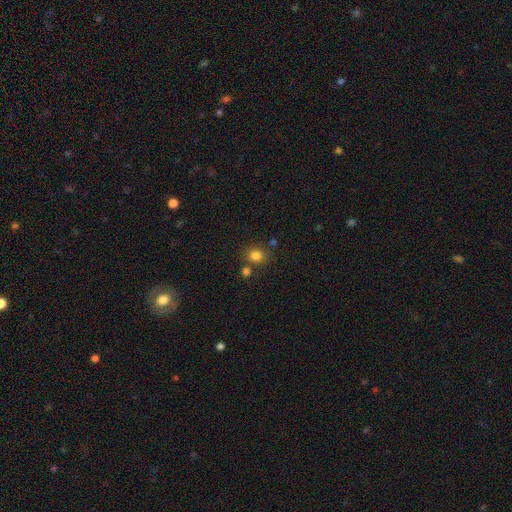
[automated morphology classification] smooth-or-featured: smooth: 81% | star or artifact: 13% | featured or disk: 5%
  how-rounded: round: 73% | in between: 26% | cigar-shaped: 1%
  merging: none: 74% | merger: 12% | minor disturbance: 10% | major disturbance: 3%